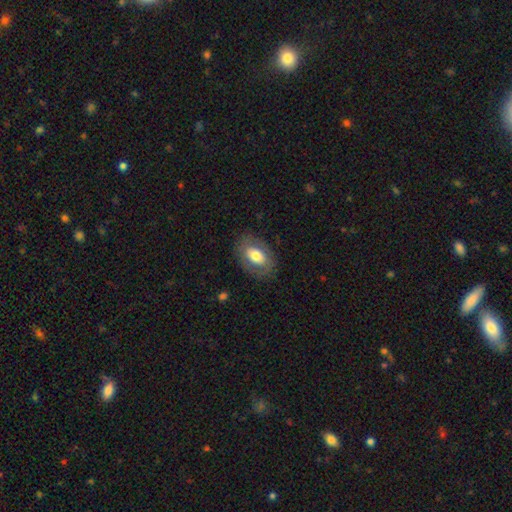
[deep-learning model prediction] Smooth or featured: smooth — 62% (featured or disk — 32%)
How rounded: in between — 85% (round — 13%)
Merging: none — 81% (minor disturbance — 13%)